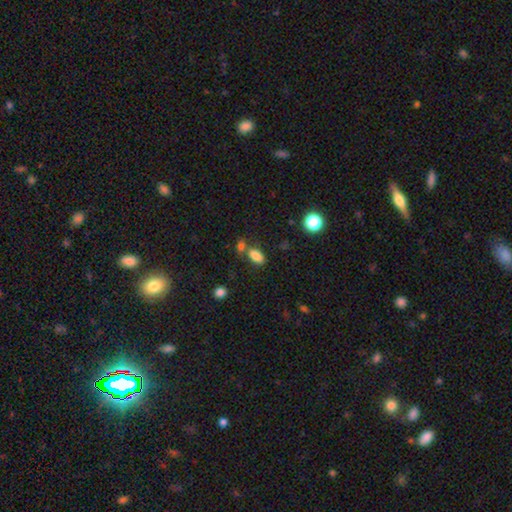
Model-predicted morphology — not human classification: Smooth or featured: smooth — 83% (star or artifact — 11%)
How rounded: in between — 87% (cigar-shaped — 7%)
Merging: none — 58% (merger — 25%)